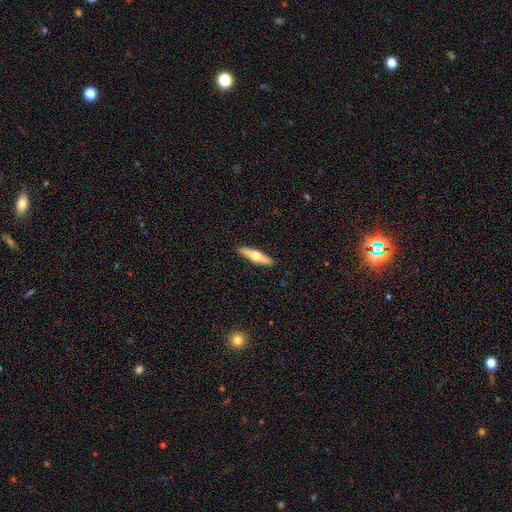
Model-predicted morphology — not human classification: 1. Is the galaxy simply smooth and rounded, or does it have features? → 48% smooth, 46% featured or disk, 5% star or artifact.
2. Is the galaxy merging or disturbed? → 91% none, 6% minor disturbance, 1% major disturbance, 1% merger.